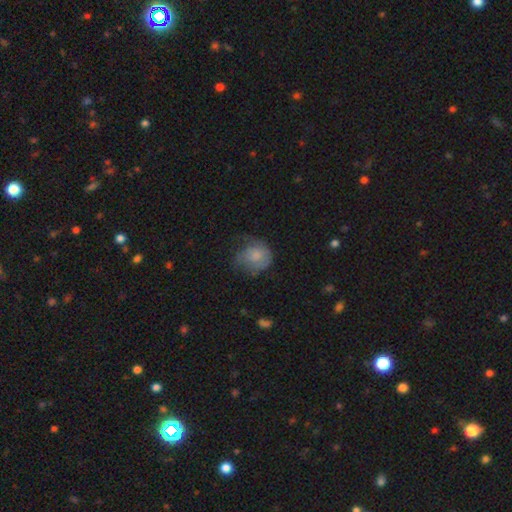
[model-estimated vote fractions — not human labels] smooth 65%, featured or disk 28%, star or artifact 8%. Down the decision tree: how rounded — round (73%); merging — none (38%).